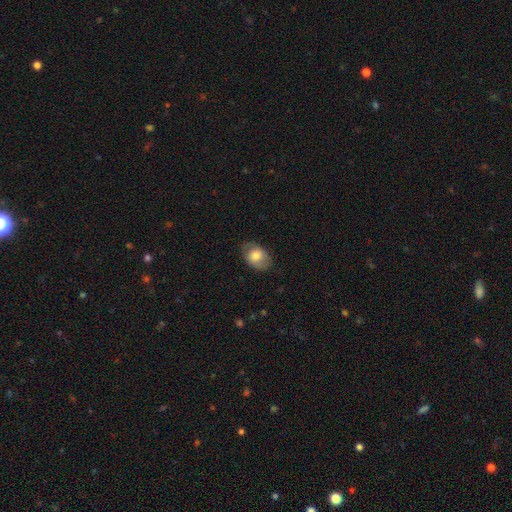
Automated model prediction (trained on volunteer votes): The model was most divided on "smooth or featured": smooth: 69%, featured or disk: 23%, star or artifact: 7%. More confident: how rounded — in between (77%); merging — none (77%).